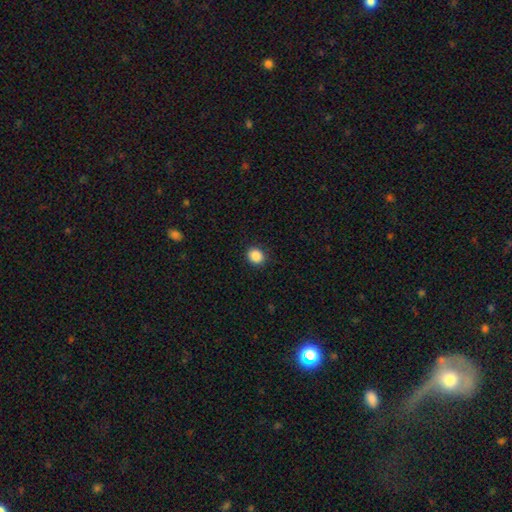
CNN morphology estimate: smooth-or-featured: smooth: 88% | star or artifact: 9% | featured or disk: 3%
  how-rounded: round: 68% | in between: 31% | cigar-shaped: 1%
  merging: none: 90% | minor disturbance: 7% | major disturbance: 2% | merger: 1%